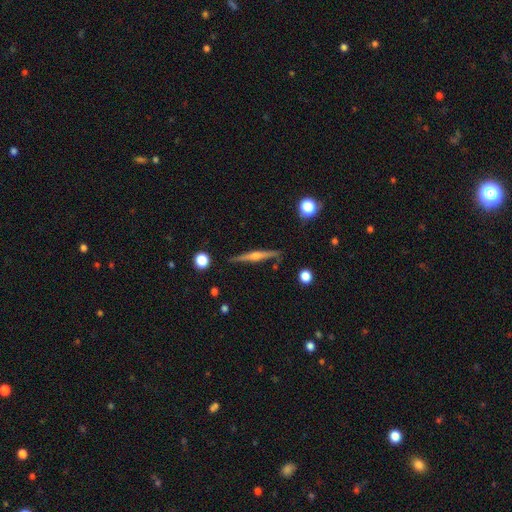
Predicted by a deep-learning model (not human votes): Smooth or featured? Predicted: featured or disk (p=0.76). Edge-on disk? Predicted: yes (p=0.98). Edge-on bulge? Predicted: rounded (p=0.86). Merging? Predicted: none (p=0.88).